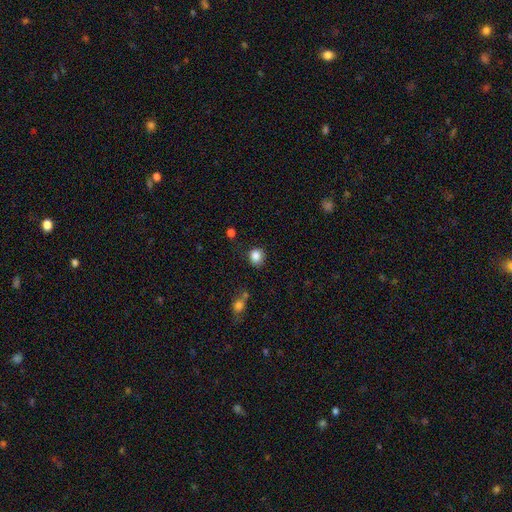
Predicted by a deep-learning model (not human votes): Smooth or featured? smooth (86%)
How rounded? round (79%)
Merging? none (79%)